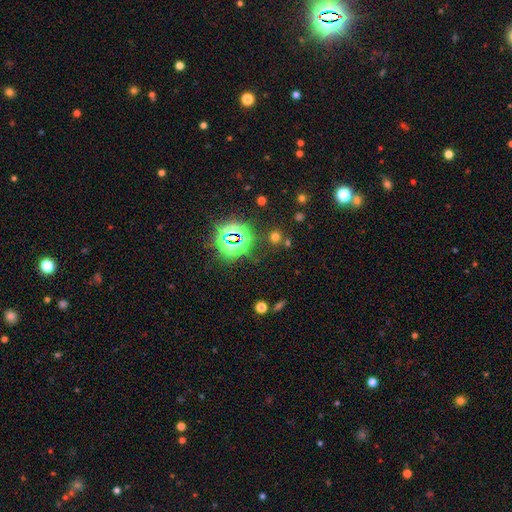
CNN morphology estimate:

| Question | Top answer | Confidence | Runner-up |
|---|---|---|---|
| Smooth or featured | star or artifact | 77% | smooth (15%) |